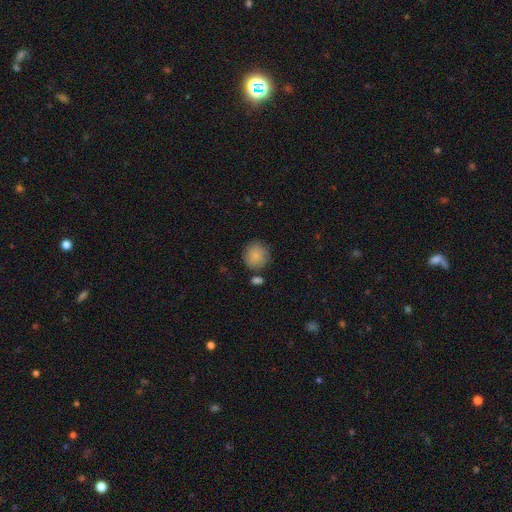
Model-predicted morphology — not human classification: Smooth or featured? Predicted: smooth (p=0.86). How rounded? Predicted: round (p=0.90). Merging? Predicted: none (p=0.79).